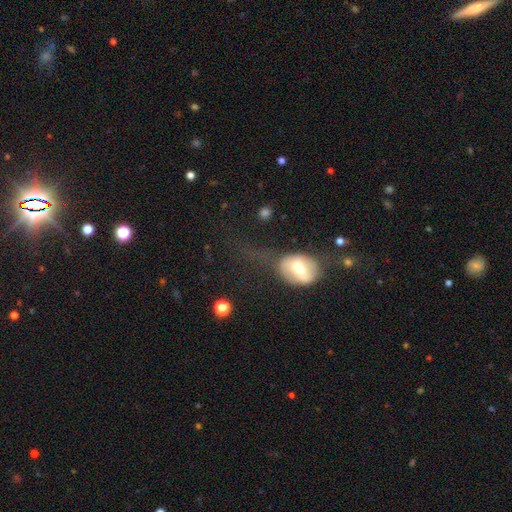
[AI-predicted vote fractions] A smooth galaxy with no disk features (40%).

Vote fractions:
- Smooth or featured? smooth: 40% / featured or disk: 32% / star or artifact: 28%
- Merging? major disturbance: 44% / none: 25% / minor disturbance: 19% / merger: 12%